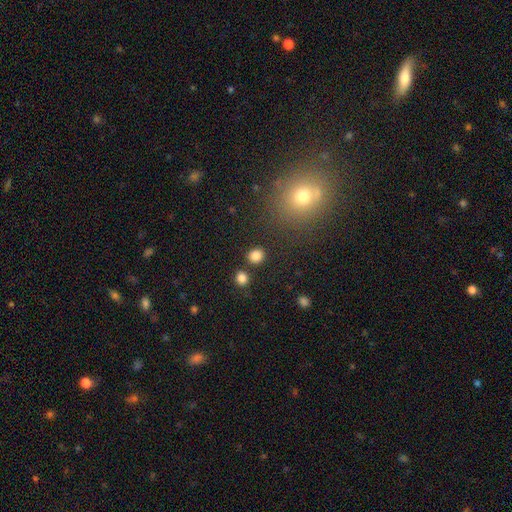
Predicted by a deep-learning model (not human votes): Overall: smooth (84%). How rounded: round (81%). Merging: none (84%).